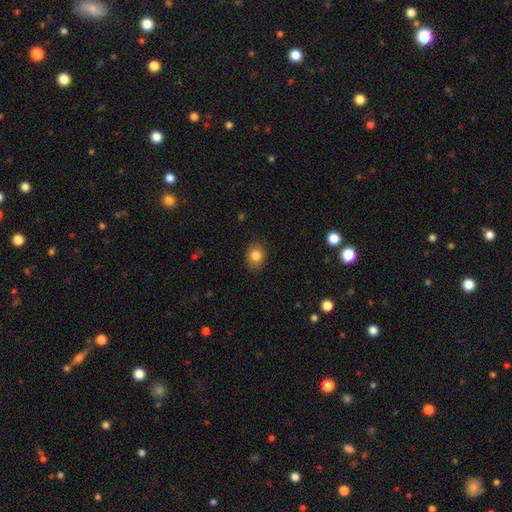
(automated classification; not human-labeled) smooth_or_featured: smooth (p=0.82) [alt: star or artifact p=0.10]
how_rounded: round (p=0.62) [alt: in between p=0.37]
merging: none (p=0.88) [alt: minor disturbance p=0.09]